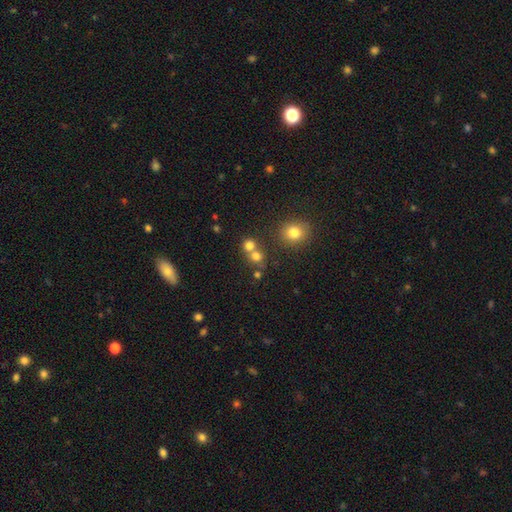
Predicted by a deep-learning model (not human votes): A smooth galaxy with no disk features (74%) that is round (85%).

Vote fractions:
- Smooth or featured? smooth: 74% / star or artifact: 16% / featured or disk: 10%
- How rounded? round: 85% / in between: 14% / cigar-shaped: 1%
- Merging? none: 50% / merger: 40% / minor disturbance: 6% / major disturbance: 3%